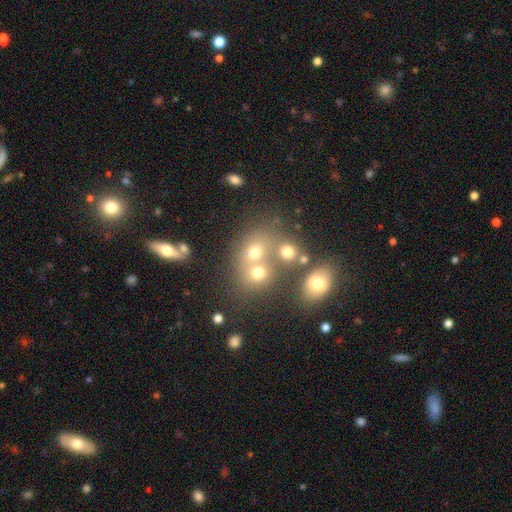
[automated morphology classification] This appears to be a smooth galaxy with no disk features (57%) that is round (58%). Merging: merger (44%).